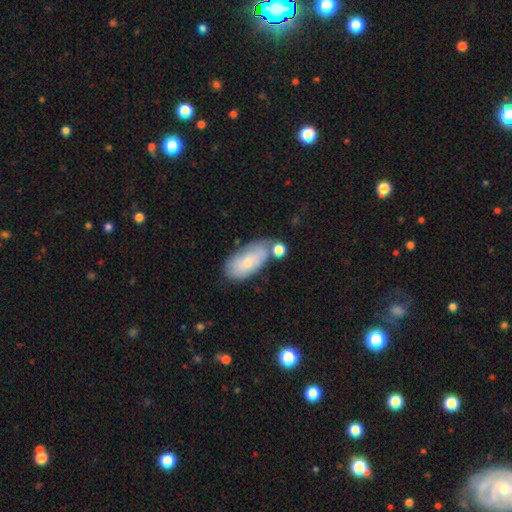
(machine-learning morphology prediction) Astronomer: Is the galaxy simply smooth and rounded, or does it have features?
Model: smooth — 68%.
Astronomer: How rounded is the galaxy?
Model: in between — 92%.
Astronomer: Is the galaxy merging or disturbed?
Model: none — 50%.